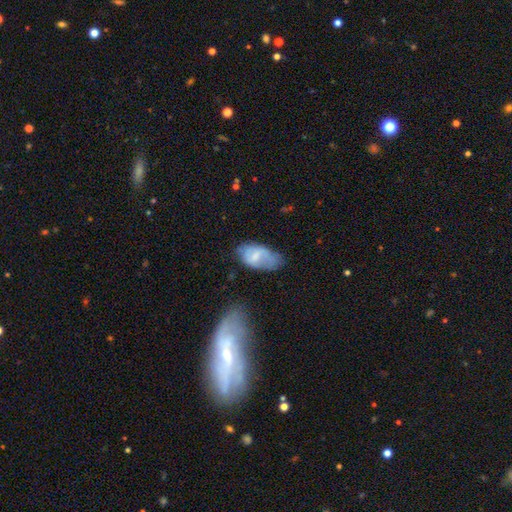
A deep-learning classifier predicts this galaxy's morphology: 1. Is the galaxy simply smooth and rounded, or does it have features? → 53% smooth, 39% featured or disk, 8% star or artifact.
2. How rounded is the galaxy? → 92% in between, 5% round, 3% cigar-shaped.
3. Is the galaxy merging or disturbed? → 45% none, 34% minor disturbance, 17% major disturbance, 4% merger.